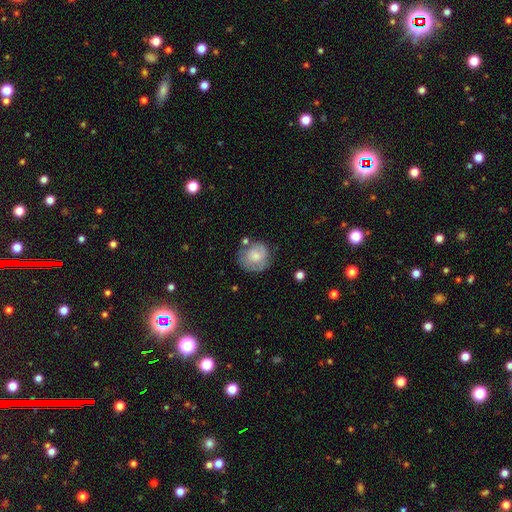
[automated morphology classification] type=smooth (66%); roundness=round (84%); merging=none (62%).